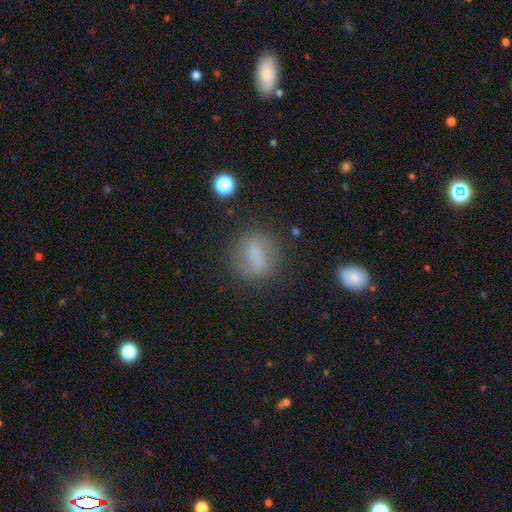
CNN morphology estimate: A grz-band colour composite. It shows a smooth galaxy with no disk features (68%) that is round (50%). Merging: none (76%).